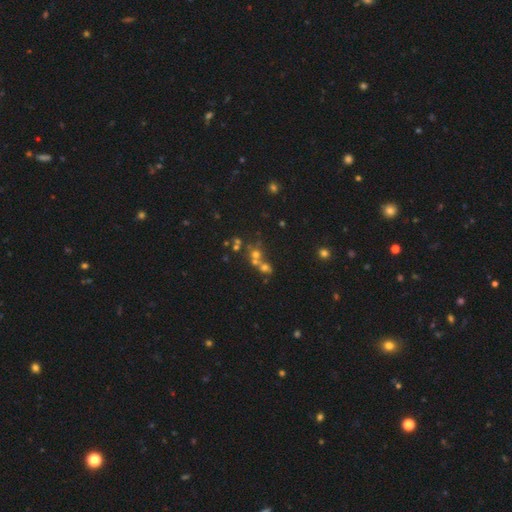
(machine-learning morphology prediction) Smooth or featured: smooth — 48% (star or artifact — 27%)
Merging: merger — 50% (none — 36%)